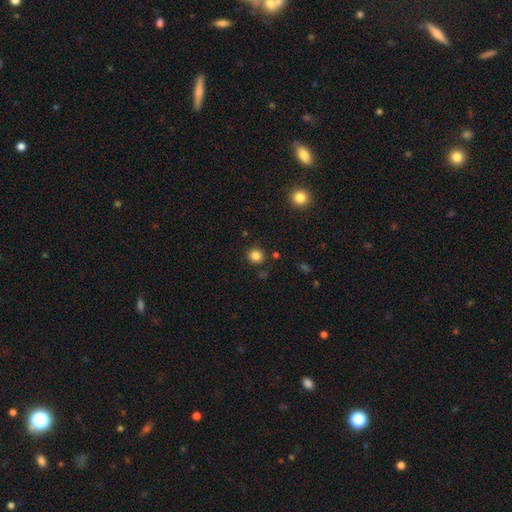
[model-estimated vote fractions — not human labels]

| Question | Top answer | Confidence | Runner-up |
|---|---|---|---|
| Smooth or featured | smooth | 84% | star or artifact (12%) |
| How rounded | round | 89% | in between (10%) |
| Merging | none | 88% | minor disturbance (7%) |